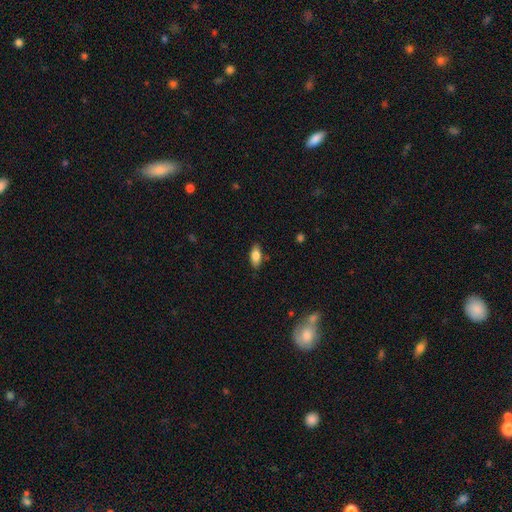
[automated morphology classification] This appears to be a smooth galaxy with no disk features (82%) that is in between round and cigar-shaped (86%). Merging: none (83%).